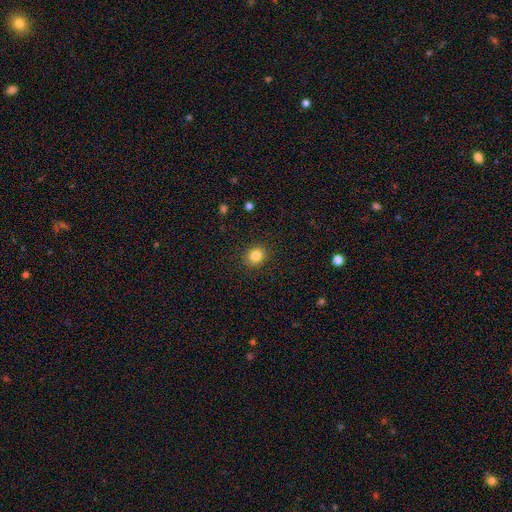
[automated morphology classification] type=smooth (84%); roundness=round (78%); merging=none (90%).